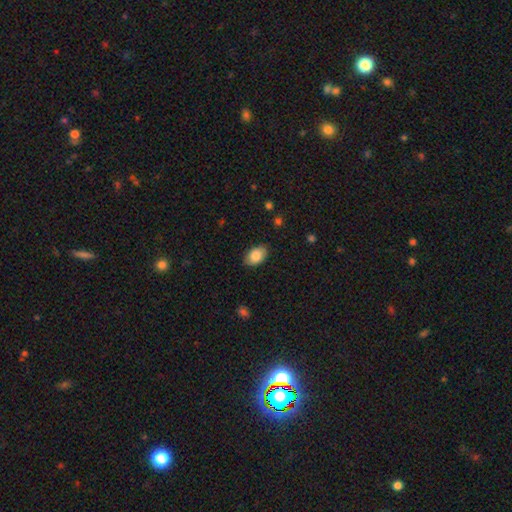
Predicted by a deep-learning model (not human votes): This is clearly a smooth galaxy (86%). How rounded: clearly in between (90%). Merging: clearly none (85%).